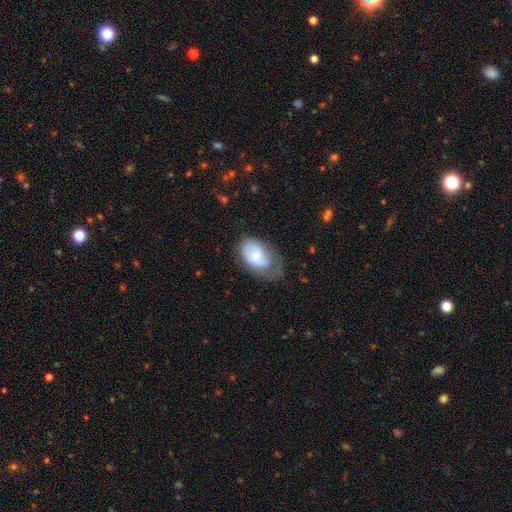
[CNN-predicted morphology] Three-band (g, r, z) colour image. It shows a featured or disk galaxy (50%). Merging: none (43%).